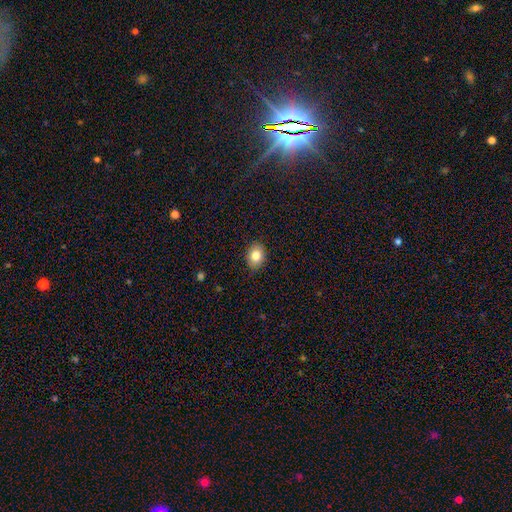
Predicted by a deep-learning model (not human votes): Q: Smooth or featured?
A: smooth (82%); runner-up: featured or disk (9%)
Q: How rounded?
A: in between (64%); runner-up: round (35%)
Q: Merging?
A: none (88%); runner-up: minor disturbance (9%)